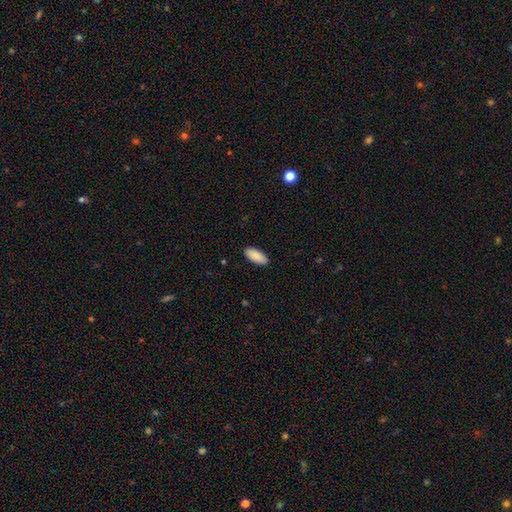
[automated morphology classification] Q: Smooth or featured?
A: smooth (89%); runner-up: star or artifact (6%)
Q: How rounded?
A: in between (87%); runner-up: cigar-shaped (11%)
Q: Merging?
A: none (90%); runner-up: minor disturbance (8%)